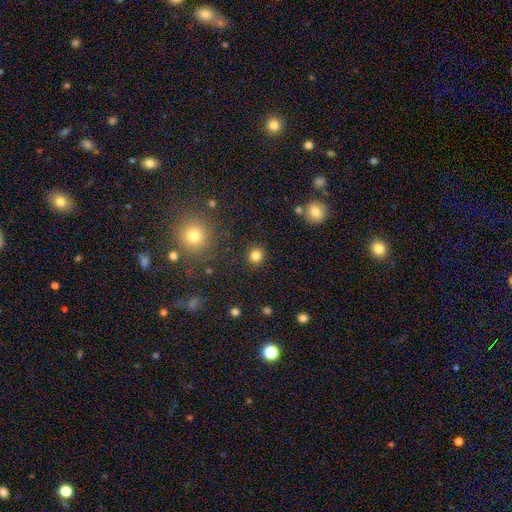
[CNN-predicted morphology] Smooth or featured? smooth (83%)
How rounded? round (89%)
Merging? none (90%)